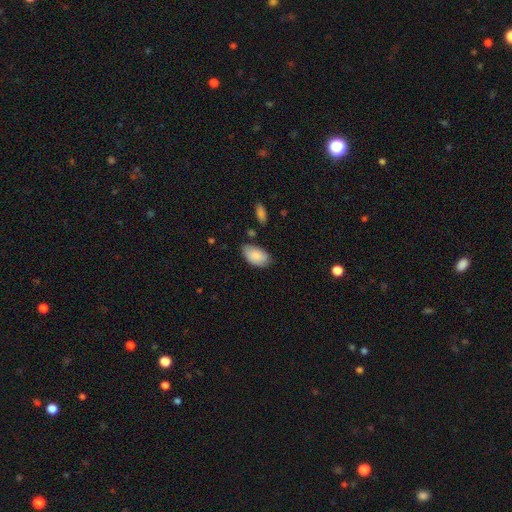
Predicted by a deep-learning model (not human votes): smooth_or_featured: smooth (p=0.85) [alt: featured or disk p=0.08]
how_rounded: in between (p=0.94) [alt: round p=0.04]
merging: none (p=0.68) [alt: minor disturbance p=0.24]